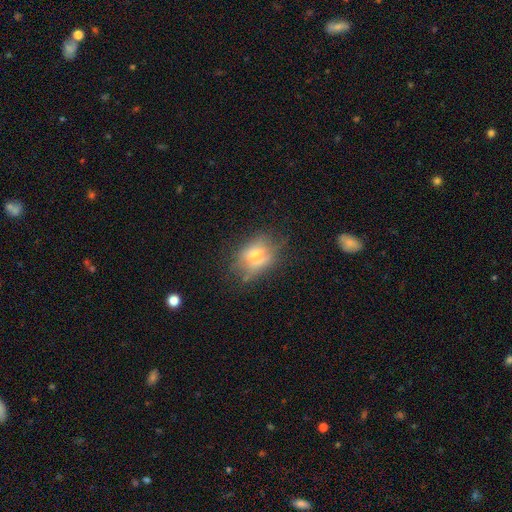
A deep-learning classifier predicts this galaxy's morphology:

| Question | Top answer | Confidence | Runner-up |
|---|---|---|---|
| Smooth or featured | smooth | 57% | featured or disk (30%) |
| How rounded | in between | 62% | round (36%) |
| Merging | none | 59% | minor disturbance (26%) |